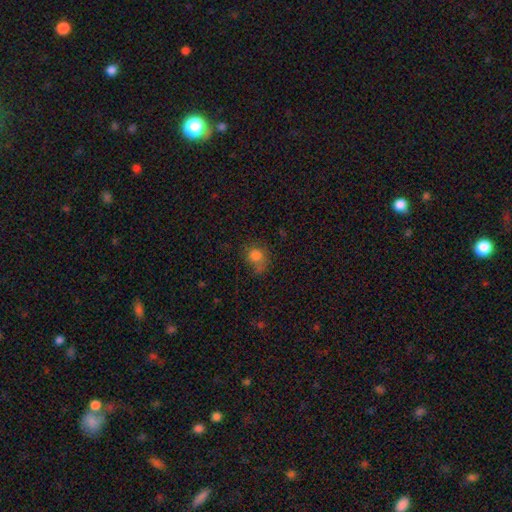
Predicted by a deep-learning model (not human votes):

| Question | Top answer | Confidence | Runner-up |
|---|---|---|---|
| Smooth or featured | smooth | 79% | star or artifact (13%) |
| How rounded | round | 72% | in between (27%) |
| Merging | none | 49% | minor disturbance (28%) |